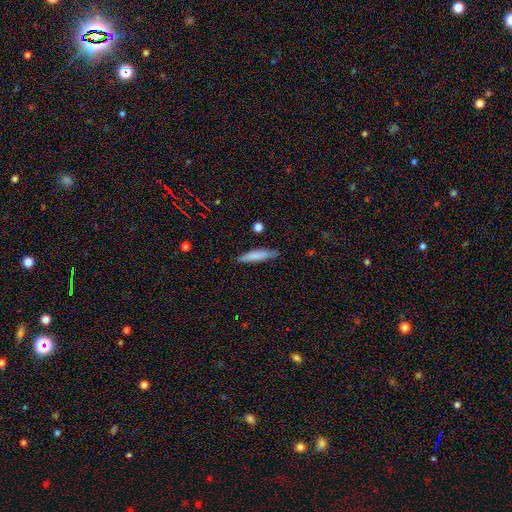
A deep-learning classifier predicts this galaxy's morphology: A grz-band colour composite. It shows a smooth galaxy with no disk features (77%) that is cigar-shaped (90%). Merging: none (85%).